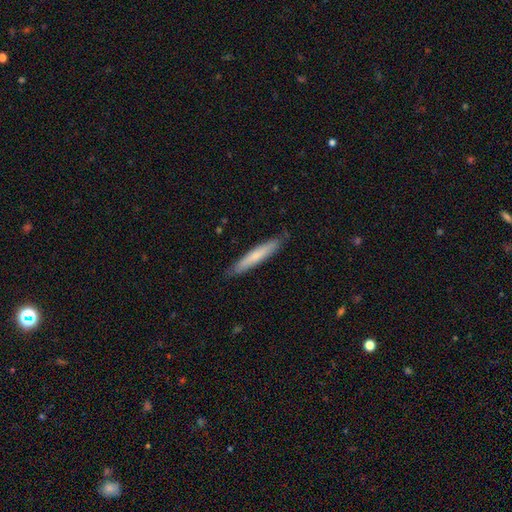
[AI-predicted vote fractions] Morphology: type=smooth (65%); roundness=cigar-shaped (93%); merging=none (86%).